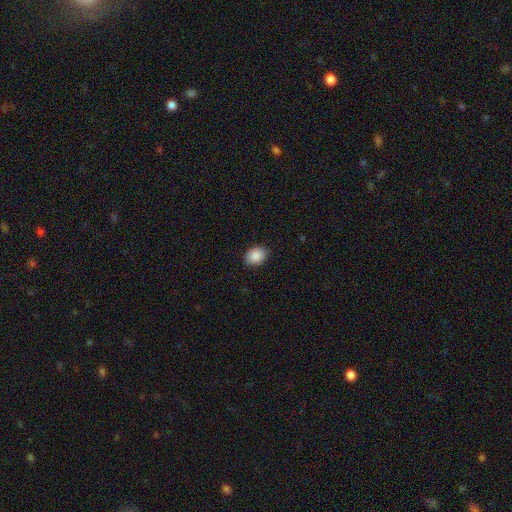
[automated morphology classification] This appears to be a smooth galaxy with no disk features (89%) that is in between round and cigar-shaped (55%). Merging: none (87%).